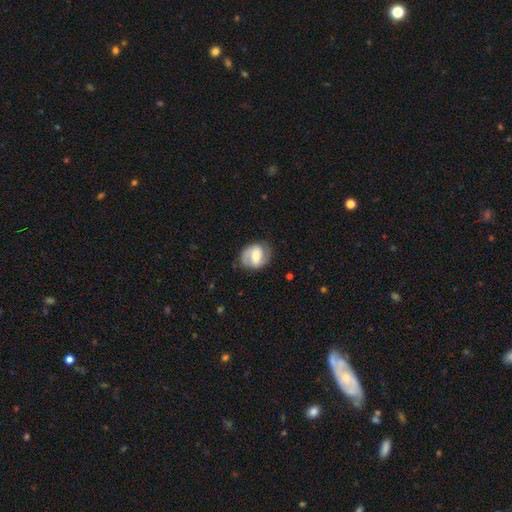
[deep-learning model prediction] This appears to be a featured or disk galaxy (61%) with a weak bar (42%), spiral arms (81%) and a moderate central bulge (50%). Merging: none (70%).